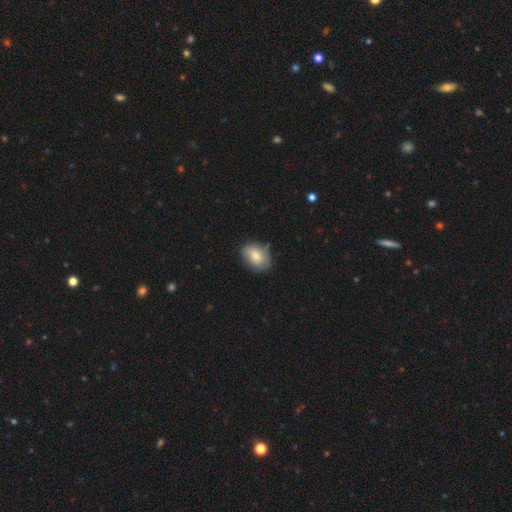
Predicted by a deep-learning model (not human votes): Q: Smooth or featured?
A: smooth (77%); runner-up: featured or disk (16%)
Q: How rounded?
A: in between (72%); runner-up: round (27%)
Q: Merging?
A: none (71%); runner-up: minor disturbance (23%)